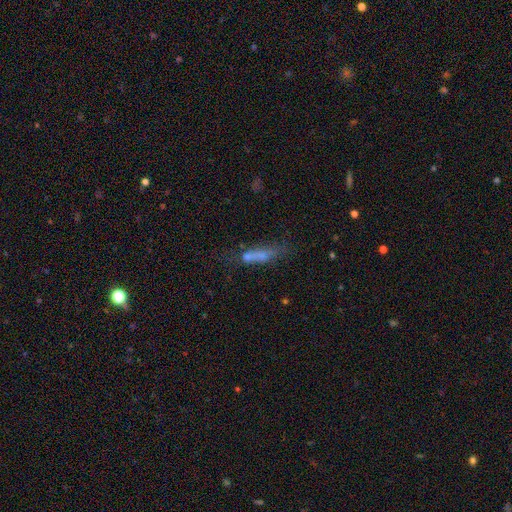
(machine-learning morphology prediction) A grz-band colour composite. It shows a smooth galaxy with no disk features (54%) that is cigar-shaped (71%). Merging: none (40%).